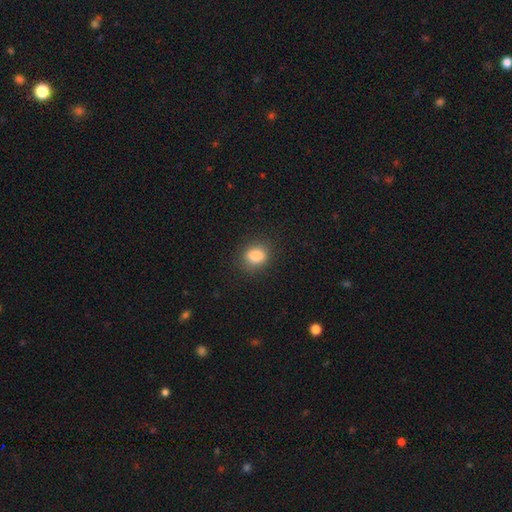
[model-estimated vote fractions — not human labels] This appears to be a smooth galaxy with no disk features (85%) that is round (55%). Merging: none (85%).